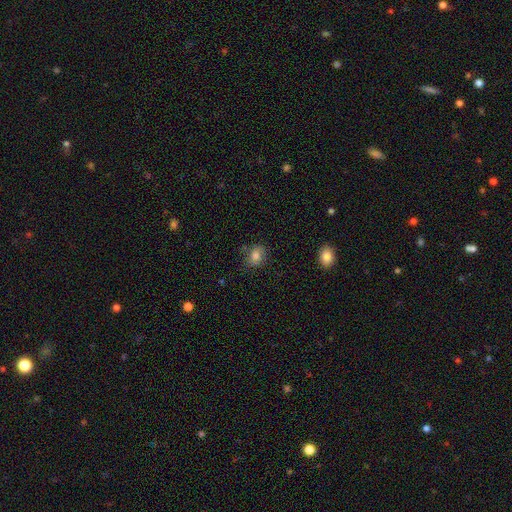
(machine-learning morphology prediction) Smooth or featured: smooth — 80% (star or artifact — 10%)
How rounded: in between — 51% (round — 48%)
Merging: none — 75% (minor disturbance — 18%)